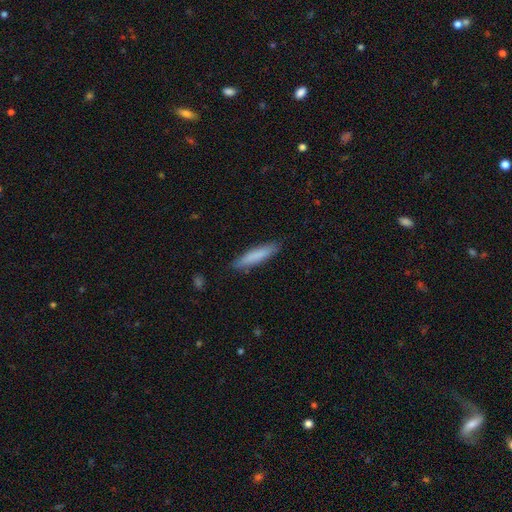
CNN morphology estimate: A smooth galaxy with no disk features (81%) that is cigar-shaped (86%). Merging: none (88%).